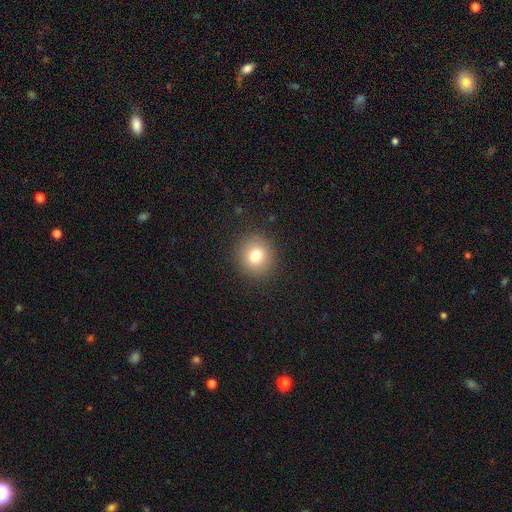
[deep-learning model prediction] This appears to be a smooth galaxy with no disk features (77%) that is round (89%). Merging: none (90%).